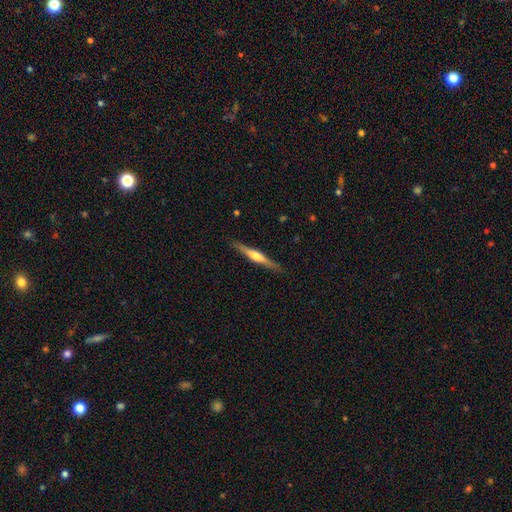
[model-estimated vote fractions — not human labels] Morphology: type=featured or disk (66%); edge-on=yes (98%); edge-on bulge=rounded (85%); merging=none (89%).